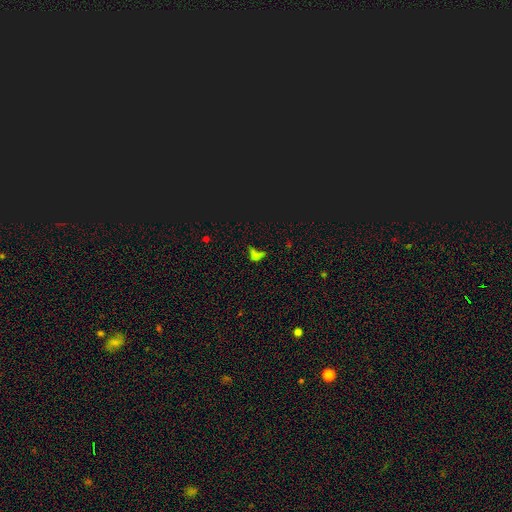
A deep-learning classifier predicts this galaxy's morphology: Smooth or featured: smooth — 42% (star or artifact — 41%)
Merging: none — 33% (merger — 30%)